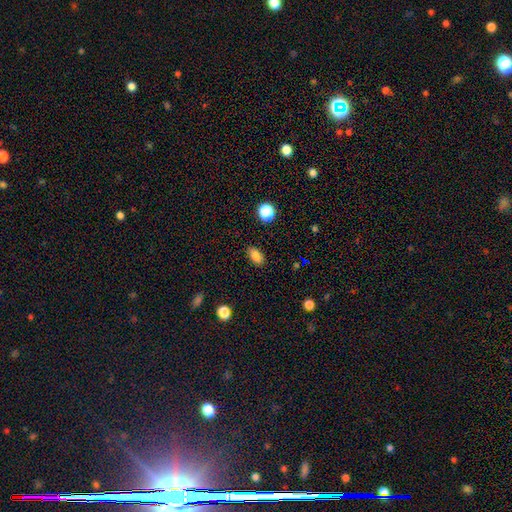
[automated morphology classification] type=smooth (84%); roundness=in between (88%); merging=none (87%).